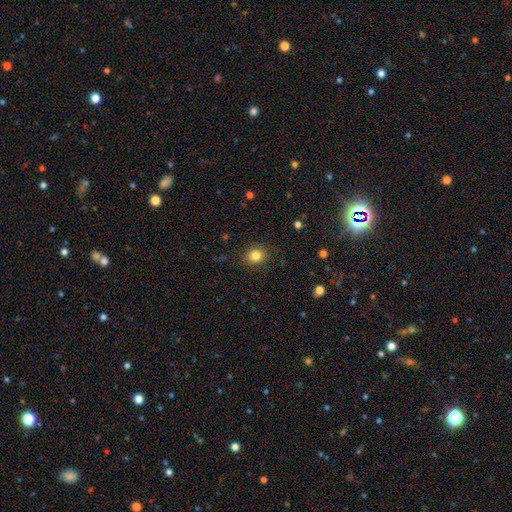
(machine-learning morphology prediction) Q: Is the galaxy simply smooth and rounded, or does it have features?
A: smooth — 83%.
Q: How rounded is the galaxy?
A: round — 81%.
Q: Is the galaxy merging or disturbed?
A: none — 88%.